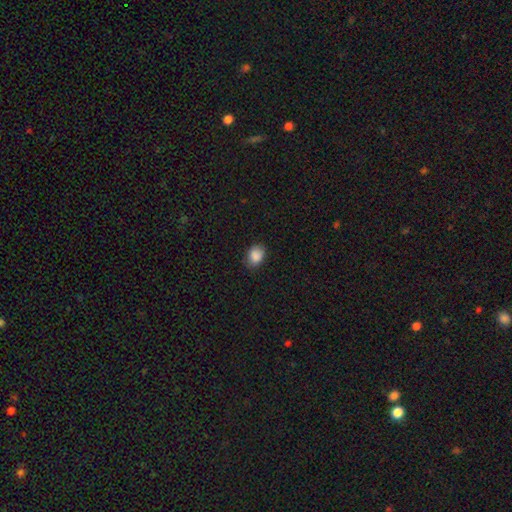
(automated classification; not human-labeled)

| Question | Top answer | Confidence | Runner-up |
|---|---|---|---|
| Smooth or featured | smooth | 88% | star or artifact (9%) |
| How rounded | in between | 57% | round (42%) |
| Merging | none | 80% | minor disturbance (16%) |